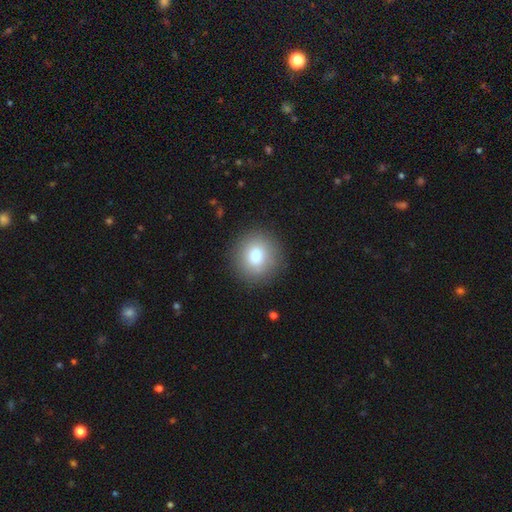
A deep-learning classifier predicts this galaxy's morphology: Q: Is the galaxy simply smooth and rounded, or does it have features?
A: smooth — 80%.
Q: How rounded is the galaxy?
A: round — 89%.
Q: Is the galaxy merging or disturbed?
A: none — 88%.